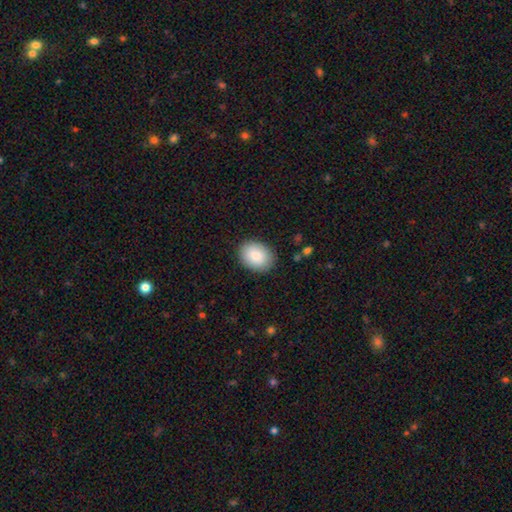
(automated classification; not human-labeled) Q: Smooth or featured?
A: smooth (86%); runner-up: featured or disk (7%)
Q: How rounded?
A: in between (70%); runner-up: round (29%)
Q: Merging?
A: none (88%); runner-up: minor disturbance (9%)